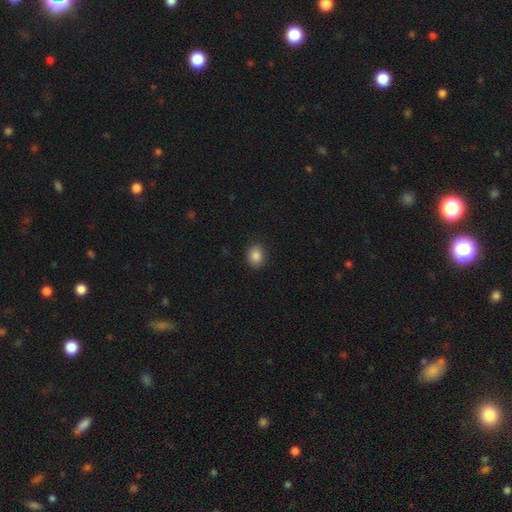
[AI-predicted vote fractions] Smooth or featured: smooth — 87% (star or artifact — 9%)
How rounded: round — 52% (in between — 47%)
Merging: none — 88% (minor disturbance — 9%)